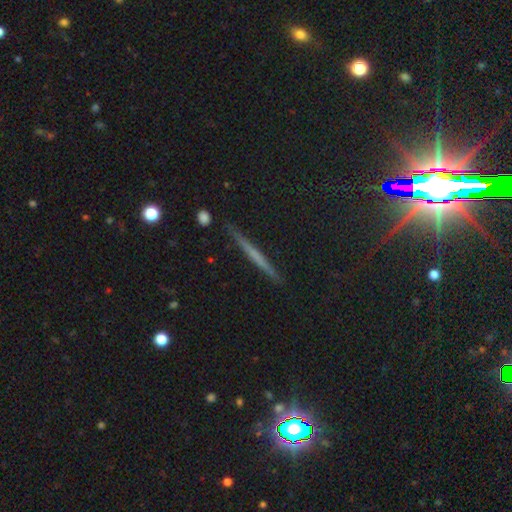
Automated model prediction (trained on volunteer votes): This appears to be a featured or disk galaxy (47%). Merging: none (90%).